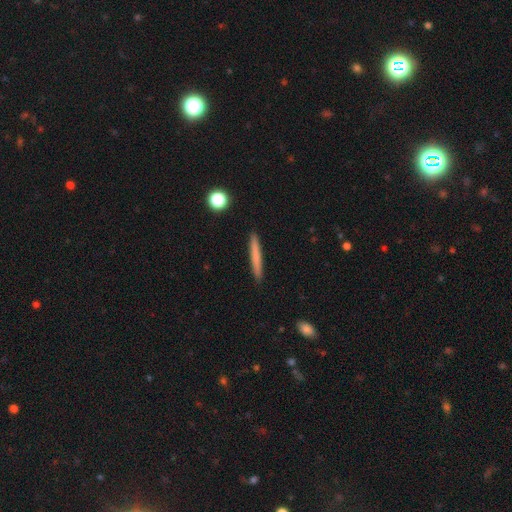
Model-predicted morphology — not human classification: Smooth or featured? smooth (71%)
How rounded? cigar-shaped (96%)
Merging? none (92%)